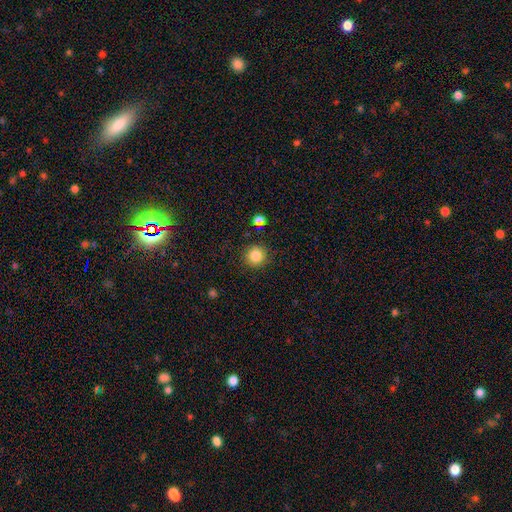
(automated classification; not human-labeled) This is clearly a smooth galaxy (84%). How rounded: clearly round (93%). Merging: clearly none (88%).